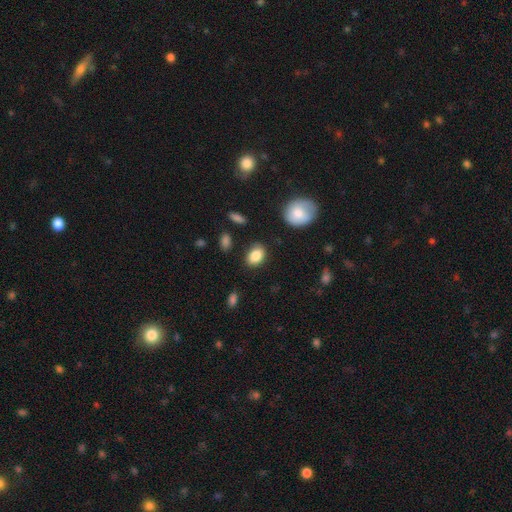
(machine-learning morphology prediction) Smooth or featured: smooth — 86% (star or artifact — 8%)
How rounded: in between — 80% (round — 19%)
Merging: none — 77% (minor disturbance — 16%)